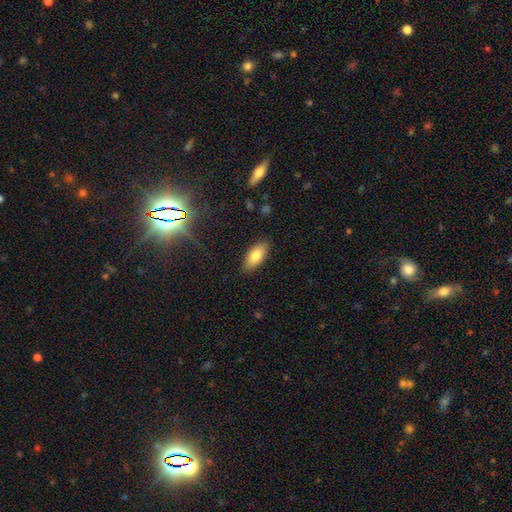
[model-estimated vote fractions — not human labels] This appears to be a smooth galaxy with no disk features (78%) that is in between round and cigar-shaped (87%). Merging: none (88%).